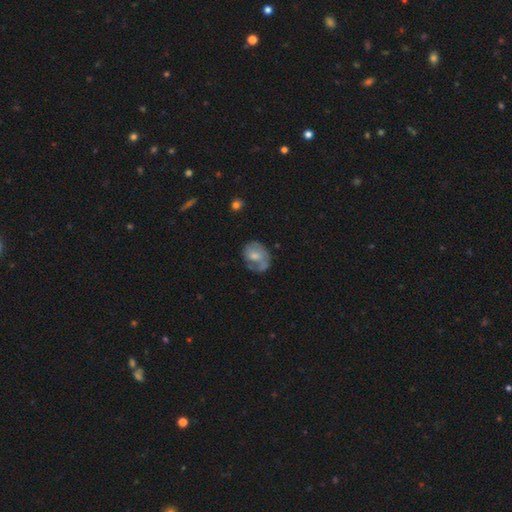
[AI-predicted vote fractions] Morphology: type=smooth (47%); merging=none (47%).